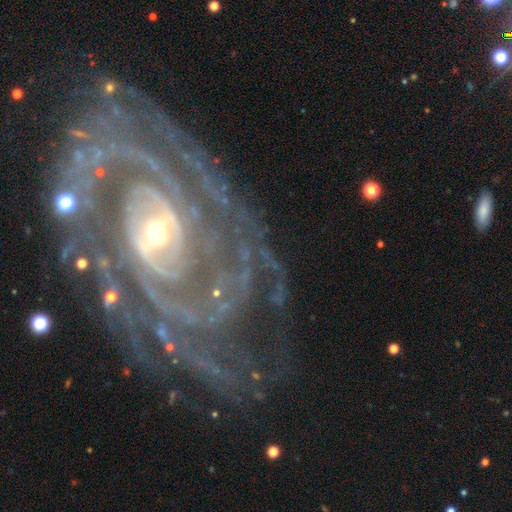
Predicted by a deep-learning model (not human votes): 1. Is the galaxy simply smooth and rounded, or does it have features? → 91% featured or disk, 6% star or artifact, 3% smooth.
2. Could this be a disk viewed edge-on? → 96% no, 4% yes.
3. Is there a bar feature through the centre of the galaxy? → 42% no, 31% weak, 26% strong.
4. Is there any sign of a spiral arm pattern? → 98% yes, 2% no.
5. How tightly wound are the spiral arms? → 73% tight, 22% medium, 5% loose.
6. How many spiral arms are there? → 23% 2, 22% can't tell, 17% more than 4, 16% 3, 14% 4, 9% 1.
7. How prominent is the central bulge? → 51% small, 43% moderate, 4% large, 1% dominant, 1% none.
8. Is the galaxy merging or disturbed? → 69% none, 16% minor disturbance, 12% major disturbance, 3% merger.